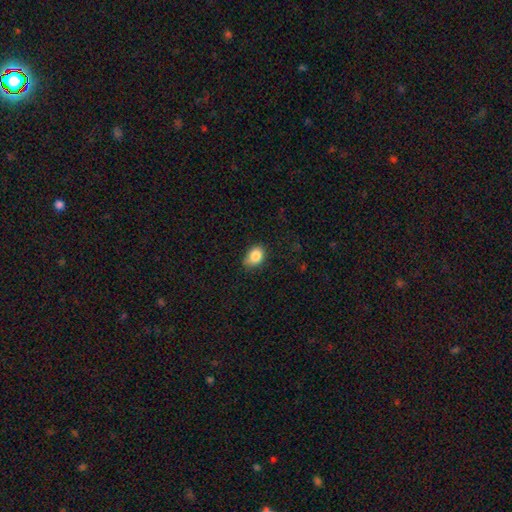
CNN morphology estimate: A smooth galaxy with no disk features (85%) that is in between round and cigar-shaped (65%). Merging: none (62%).